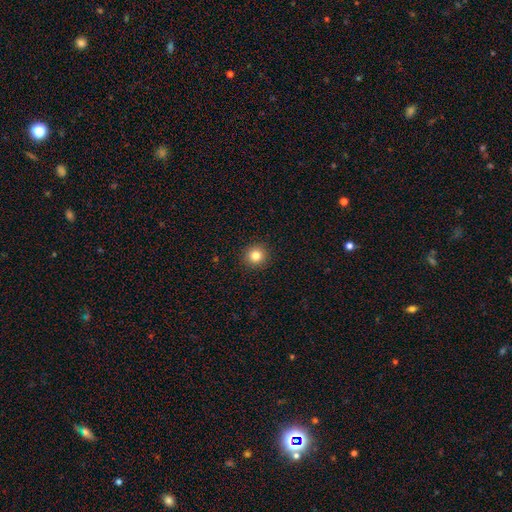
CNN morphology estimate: This appears to be a smooth galaxy with no disk features (83%) that is round (93%). Merging: none (93%).